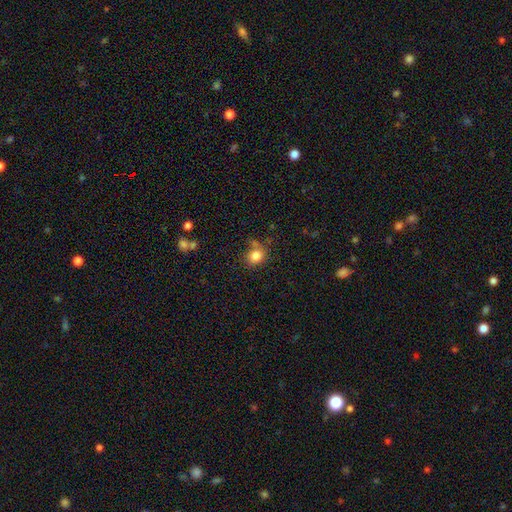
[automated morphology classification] type=smooth (83%); roundness=round (59%); merging=none (66%).